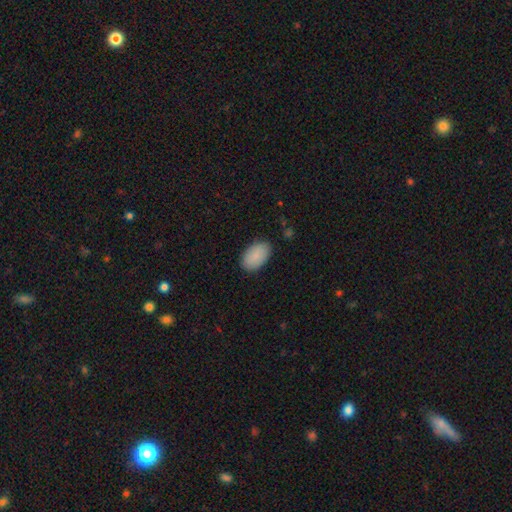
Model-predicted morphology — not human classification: This appears to be a smooth galaxy with no disk features (89%) that is in between round and cigar-shaped (94%). Merging: none (86%).